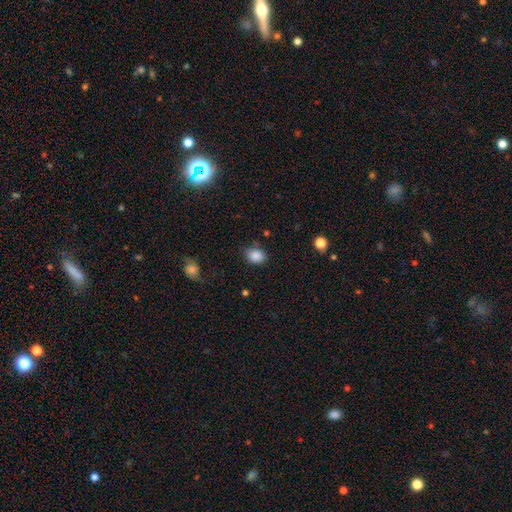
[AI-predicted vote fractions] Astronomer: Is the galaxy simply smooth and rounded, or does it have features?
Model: smooth — 87%.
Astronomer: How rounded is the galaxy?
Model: in between — 53% (runner-up: round, 47%).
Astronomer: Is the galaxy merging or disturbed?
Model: none — 73%.